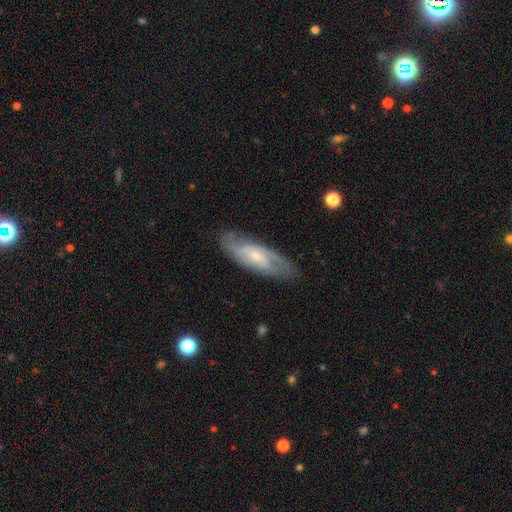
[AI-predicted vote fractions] Overall: featured or disk (71%). Edge-on disk: no (83%). Bar: no (52%; weak 37%). Spiral arms: yes (87%). Spiral arm count: 2 (55%; can't tell 30%). Spiral winding: medium (43%; tight 40%). Bulge size: small (67%; moderate 28%). Merging: none (76%).